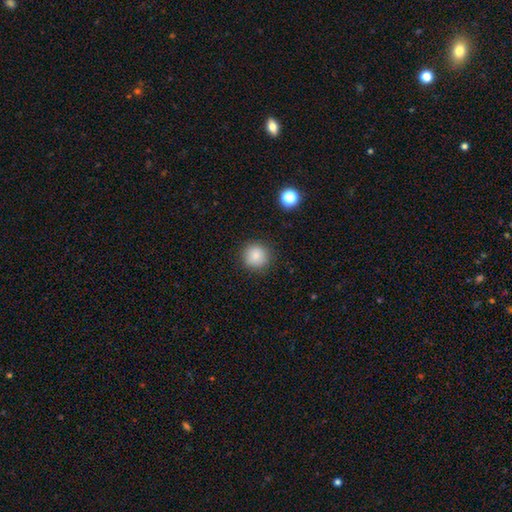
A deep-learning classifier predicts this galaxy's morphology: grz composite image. It shows a smooth galaxy with no disk features (84%) that is round (94%). Merging: none (90%).